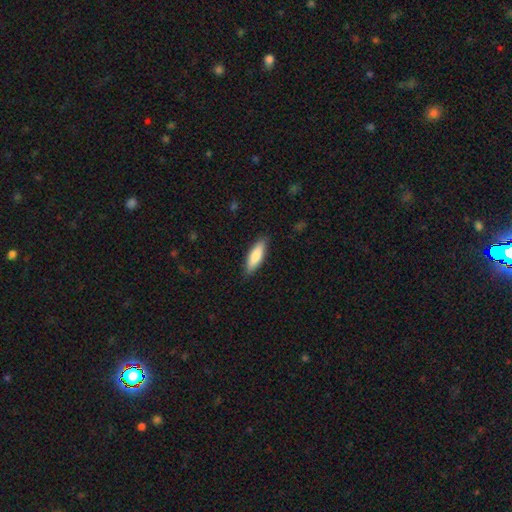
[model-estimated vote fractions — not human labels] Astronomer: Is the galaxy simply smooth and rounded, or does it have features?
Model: smooth — 82%.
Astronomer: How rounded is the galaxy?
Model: cigar-shaped — 51% (runner-up: in between, 47%).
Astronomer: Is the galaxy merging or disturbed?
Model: none — 87%.